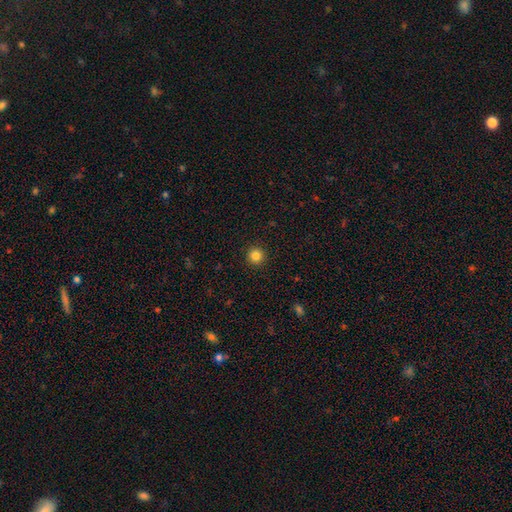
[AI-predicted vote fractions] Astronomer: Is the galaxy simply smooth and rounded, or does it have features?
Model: smooth — 84%.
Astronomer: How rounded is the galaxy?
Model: round — 96%.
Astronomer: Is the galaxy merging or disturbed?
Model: none — 93%.